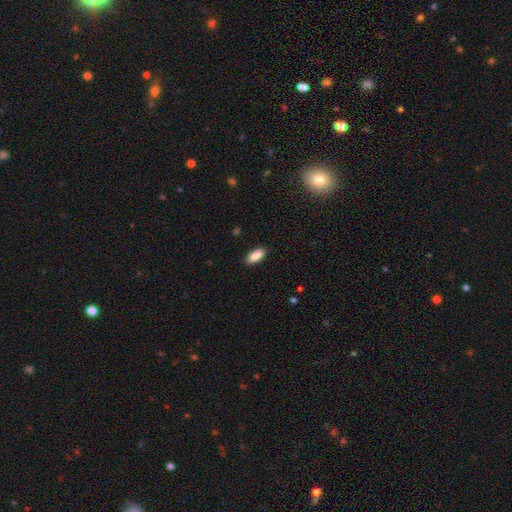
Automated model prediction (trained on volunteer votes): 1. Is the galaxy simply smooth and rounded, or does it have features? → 89% smooth, 7% star or artifact, 4% featured or disk.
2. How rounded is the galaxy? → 86% in between, 12% cigar-shaped, 2% round.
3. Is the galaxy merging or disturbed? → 88% none, 9% minor disturbance, 2% major disturbance, 1% merger.